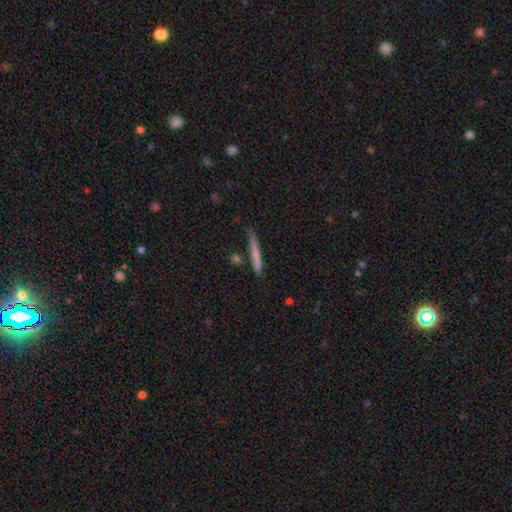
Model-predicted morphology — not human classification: Overall: smooth (67%). How rounded: cigar-shaped (96%). Merging: none (78%).